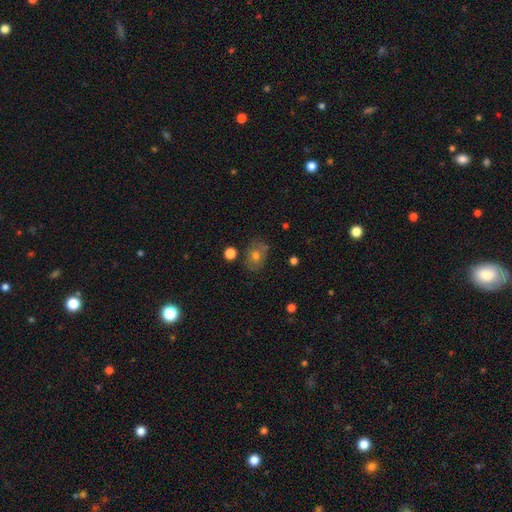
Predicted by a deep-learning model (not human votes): Smooth or featured: smooth — 64% (featured or disk — 23%)
How rounded: in between — 64% (round — 35%)
Merging: none — 74% (minor disturbance — 17%)